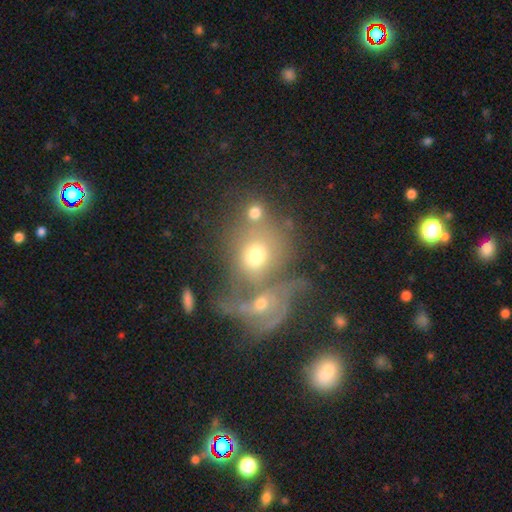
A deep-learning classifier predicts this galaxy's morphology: smooth-or-featured: smooth: 52% | featured or disk: 35% | star or artifact: 13%
  how-rounded: round: 56% | in between: 43% | cigar-shaped: 1%
  merging: merger: 62% | none: 19% | major disturbance: 11% | minor disturbance: 8%